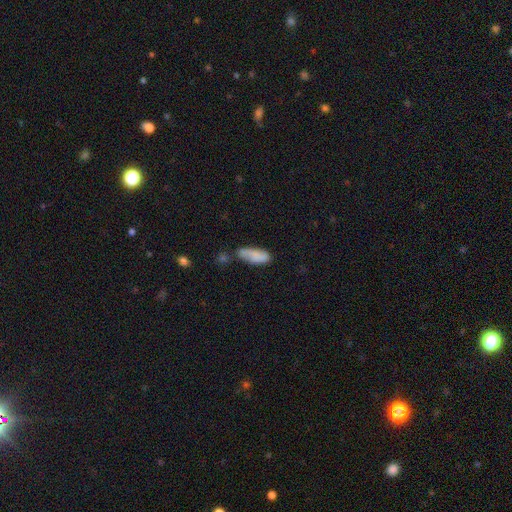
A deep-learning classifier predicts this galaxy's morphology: Overall: smooth (79%). How rounded: in between (71%). Merging: none (46%; minor disturbance 28%).